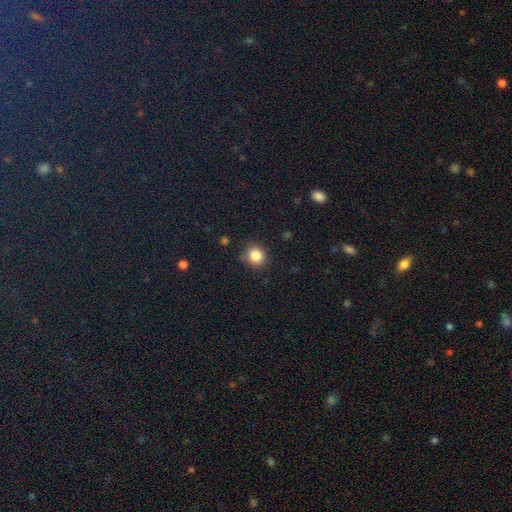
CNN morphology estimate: Smooth or featured? Predicted: smooth (p=0.85). How rounded? Predicted: round (p=0.89). Merging? Predicted: none (p=0.85).